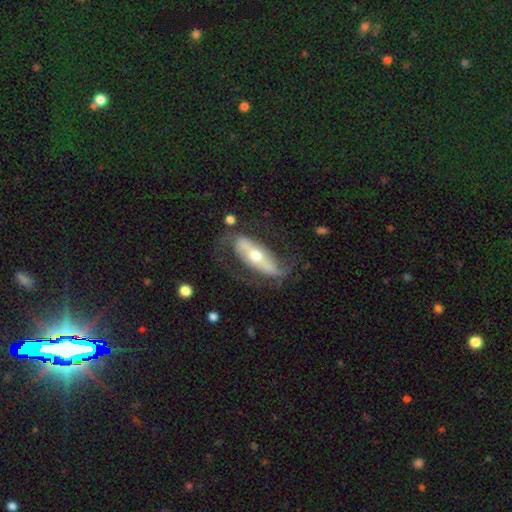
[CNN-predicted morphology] Smooth or featured?
  - featured or disk: 81% *
  - smooth: 14%
  - star or artifact: 5%
Edge-on disk?
  - no: 87% *
  - yes: 13%
Bar?
  - strong: 49% *
  - no: 26%
  - weak: 25%
Spiral arms?
  - yes: 88% *
  - no: 12%
Spiral winding?
  - loose: 51% *
  - medium: 36%
  - tight: 13%
Spiral arm count?
  - 2: 88% *
  - can't tell: 4%
  - 1: 4%
  - 3: 1%
  - 4: 1%
  - more than 4: 1%
Bulge size?
  - moderate: 67% *
  - small: 24%
  - large: 7%
  - dominant: 1%
  - none: 1%
Merging?
  - none: 62% *
  - major disturbance: 18%
  - minor disturbance: 17%
  - merger: 3%